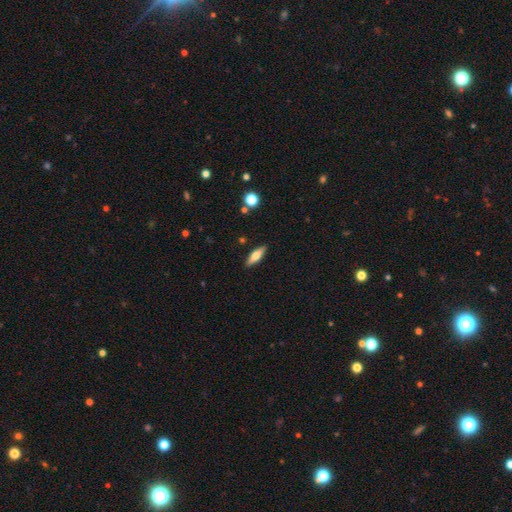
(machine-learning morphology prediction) Q: Smooth or featured?
A: smooth (55%); runner-up: featured or disk (38%)
Q: How rounded?
A: cigar-shaped (52%); runner-up: in between (45%)
Q: Merging?
A: none (88%); runner-up: minor disturbance (9%)